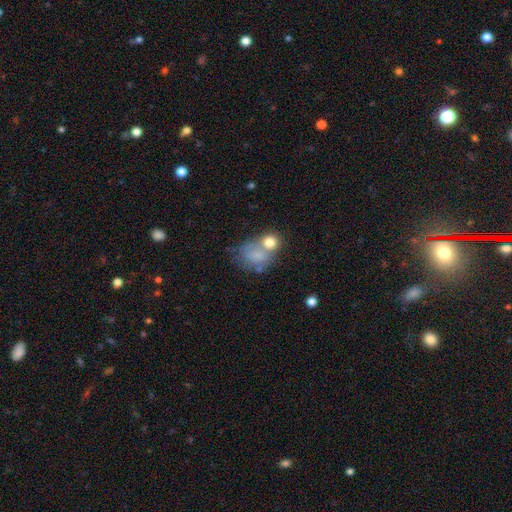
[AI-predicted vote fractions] A smooth galaxy with no disk features (69%) that is in between round and cigar-shaped (53%).

Vote fractions:
- Smooth or featured? smooth: 69% / featured or disk: 20% / star or artifact: 11%
- How rounded? in between: 53% / round: 46% / cigar-shaped: 1%
- Merging? merger: 42% / none: 27% / minor disturbance: 16% / major disturbance: 15%